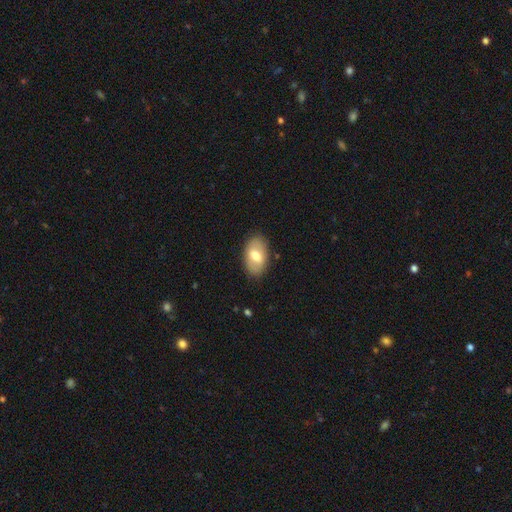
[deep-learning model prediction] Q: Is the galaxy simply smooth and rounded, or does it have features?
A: smooth — 62%.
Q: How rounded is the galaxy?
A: in between — 91%.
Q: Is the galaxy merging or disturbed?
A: none — 84%.